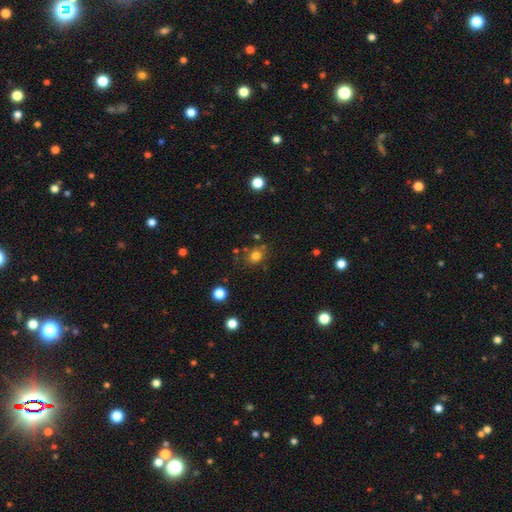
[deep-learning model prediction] smooth-or-featured: smooth: 77% | star or artifact: 14% | featured or disk: 8%
  how-rounded: round: 59% | in between: 40% | cigar-shaped: 1%
  merging: none: 71% | minor disturbance: 16% | merger: 8% | major disturbance: 5%